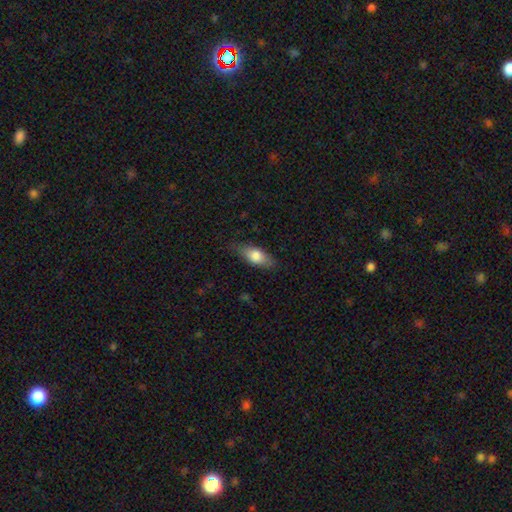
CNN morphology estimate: Q: Smooth or featured?
A: smooth (75%); runner-up: featured or disk (18%)
Q: How rounded?
A: in between (80%); runner-up: cigar-shaped (17%)
Q: Merging?
A: none (78%); runner-up: minor disturbance (17%)